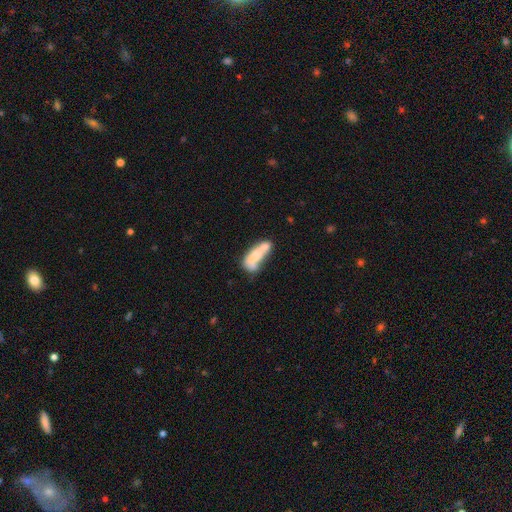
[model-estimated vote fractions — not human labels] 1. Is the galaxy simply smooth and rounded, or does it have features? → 57% smooth, 35% featured or disk, 8% star or artifact.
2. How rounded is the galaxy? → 63% in between, 33% cigar-shaped, 3% round.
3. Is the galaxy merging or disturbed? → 43% merger, 25% none, 17% minor disturbance, 15% major disturbance.